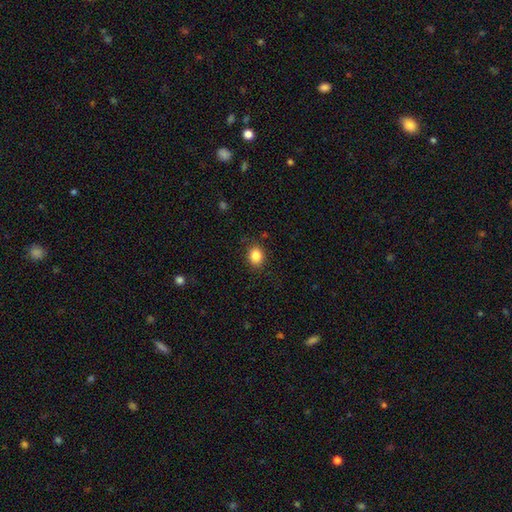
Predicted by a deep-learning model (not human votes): Morphology: type=smooth (85%); roundness=round (52%); merging=none (85%).